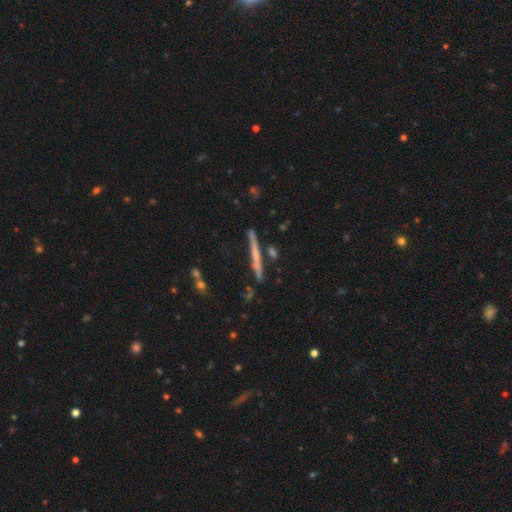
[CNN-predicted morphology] smooth_or_featured: featured or disk (p=0.53) [alt: smooth p=0.39]
disk_edge_on: yes (p=0.97) [alt: no p=0.03]
edge_on_bulge: none (p=0.74) [alt: rounded p=0.19]
merging: none (p=0.85) [alt: minor disturbance p=0.09]